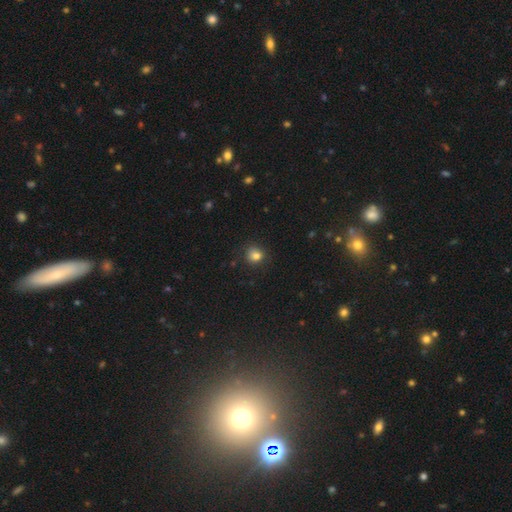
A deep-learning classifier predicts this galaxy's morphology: Overall: smooth (82%). How rounded: round (82%). Merging: none (83%).